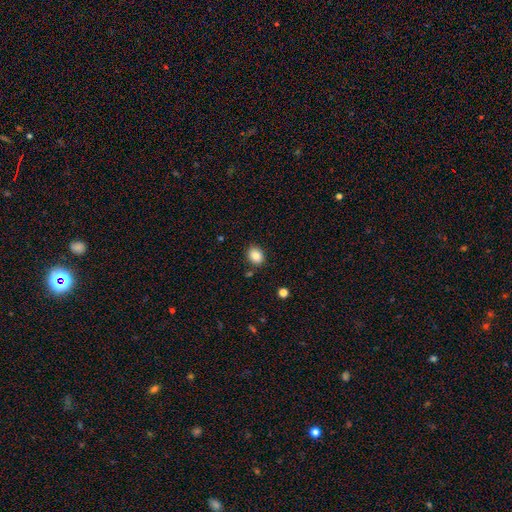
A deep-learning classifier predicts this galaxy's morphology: Q: Smooth or featured?
A: smooth (85%); runner-up: star or artifact (9%)
Q: How rounded?
A: in between (52%); runner-up: round (47%)
Q: Merging?
A: none (86%); runner-up: minor disturbance (9%)